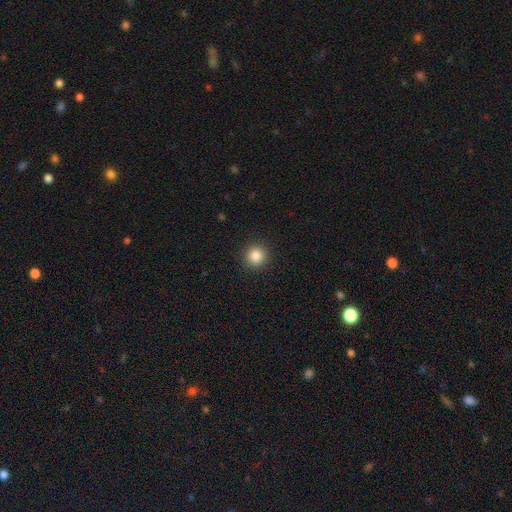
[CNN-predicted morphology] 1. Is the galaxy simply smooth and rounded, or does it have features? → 86% smooth, 10% star or artifact, 4% featured or disk.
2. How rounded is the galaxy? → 94% round, 5% in between, 1% cigar-shaped.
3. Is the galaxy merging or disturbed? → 92% none, 5% minor disturbance, 2% major disturbance, 1% merger.